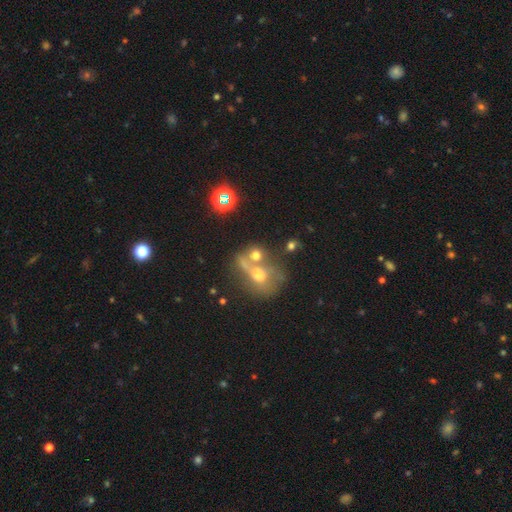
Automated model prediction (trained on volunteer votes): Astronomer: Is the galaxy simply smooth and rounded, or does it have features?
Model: smooth — 55%.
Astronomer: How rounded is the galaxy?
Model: round — 59% (runner-up: in between, 38%).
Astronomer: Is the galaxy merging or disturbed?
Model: merger — 48% (runner-up: none, 30%).